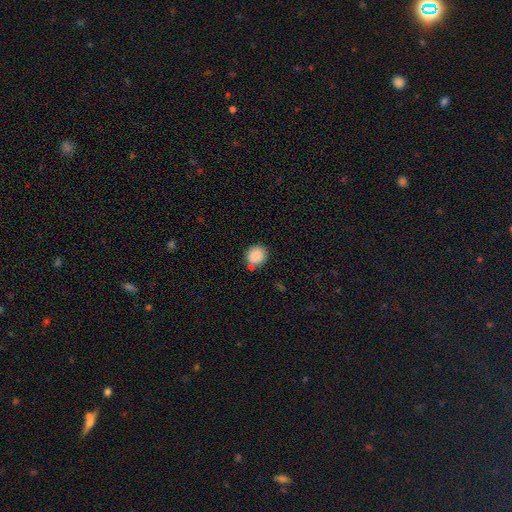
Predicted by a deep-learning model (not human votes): Smooth or featured? smooth (88%)
How rounded? round (83%)
Merging? none (72%)